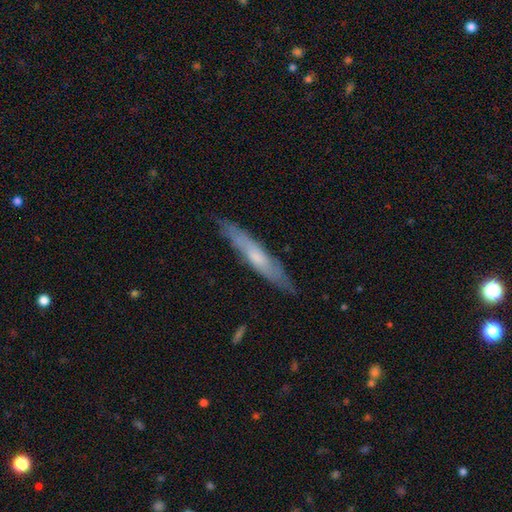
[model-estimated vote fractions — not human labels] Q: Smooth or featured?
A: featured or disk (49%); runner-up: smooth (46%)
Q: Merging?
A: none (81%); runner-up: minor disturbance (15%)